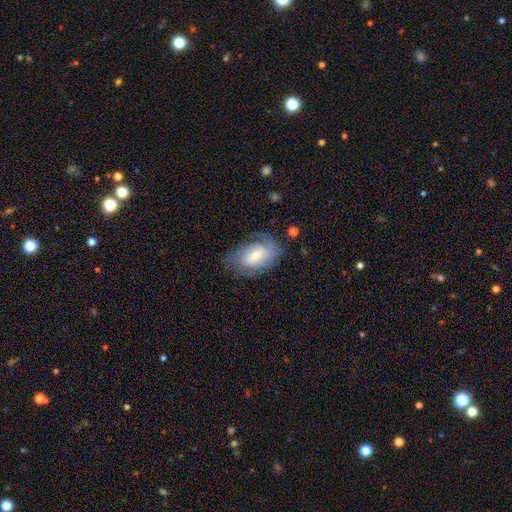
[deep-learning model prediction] A featured or disk galaxy (54%) with no bar (54%), spiral arms (76%) and a small central bulge (51%).

Vote fractions:
- Smooth or featured? featured or disk: 54% / smooth: 38% / star or artifact: 7%
- Edge-on disk? no: 94% / yes: 6%
- Bar? no: 54% / weak: 36% / strong: 9%
- Spiral arms? yes: 76% / no: 24%
- Bulge size? small: 51% / moderate: 42% / large: 4% / none: 1% / dominant: 1%
- Merging? none: 64% / minor disturbance: 23% / major disturbance: 12% / merger: 2%